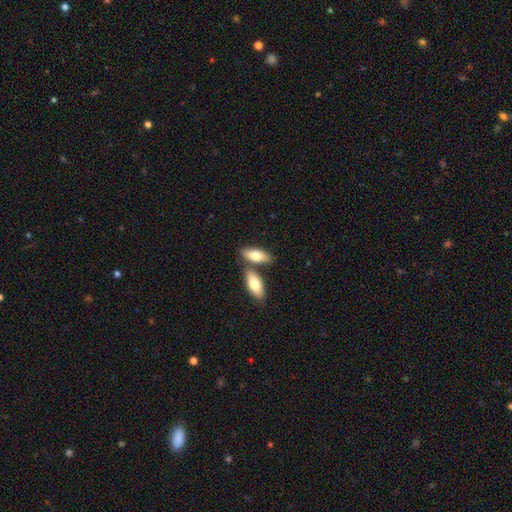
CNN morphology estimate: Smooth or featured: smooth — 76% (featured or disk — 19%)
How rounded: in between — 80% (cigar-shaped — 17%)
Merging: none — 56% (merger — 32%)